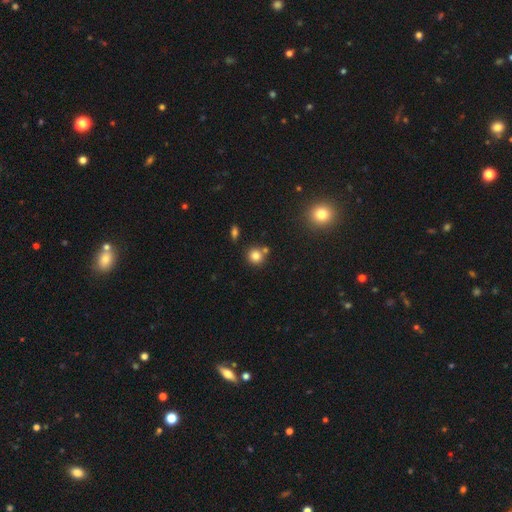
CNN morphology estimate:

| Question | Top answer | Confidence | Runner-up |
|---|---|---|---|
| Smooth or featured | smooth | 80% | star or artifact (13%) |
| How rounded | round | 89% | in between (10%) |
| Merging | none | 70% | merger (18%) |